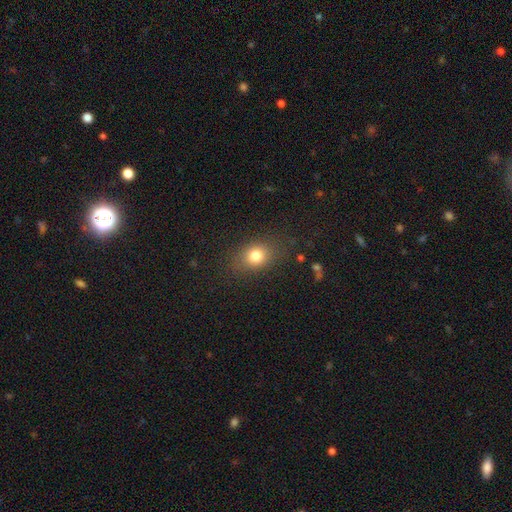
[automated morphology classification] type=smooth (79%); roundness=in between (56%); merging=none (81%).